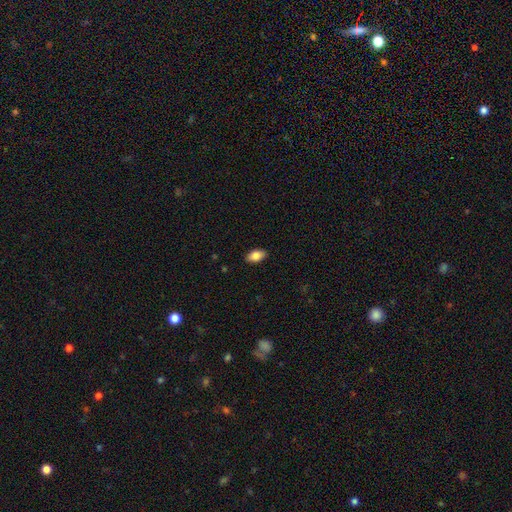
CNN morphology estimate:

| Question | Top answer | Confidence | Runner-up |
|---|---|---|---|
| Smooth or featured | smooth | 85% | featured or disk (8%) |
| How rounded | in between | 93% | round (4%) |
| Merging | none | 89% | minor disturbance (9%) |